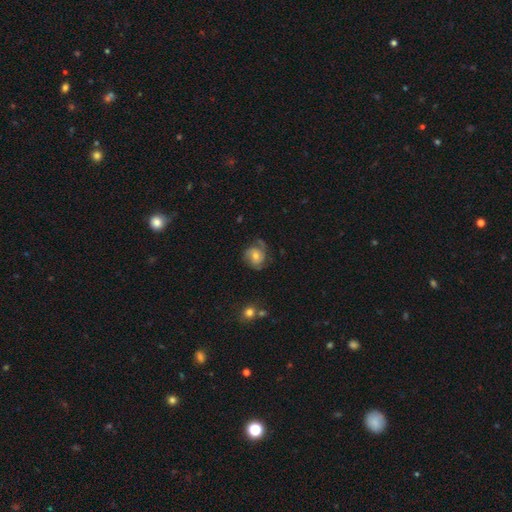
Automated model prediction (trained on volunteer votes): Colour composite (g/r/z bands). It shows a featured or disk galaxy (64%) with no bar (69%), 2 (39%) tight (45%) spiral arms (89%) and a moderate central bulge (60%). Merging: none (62%).